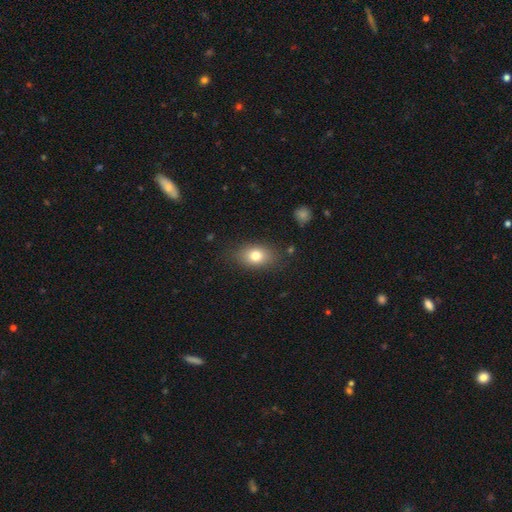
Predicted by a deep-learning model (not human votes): The model was most divided on "how rounded": in between: 78%, round: 20%, cigar-shaped: 2%. More confident: merging — none (81%); smooth or featured — smooth (78%).